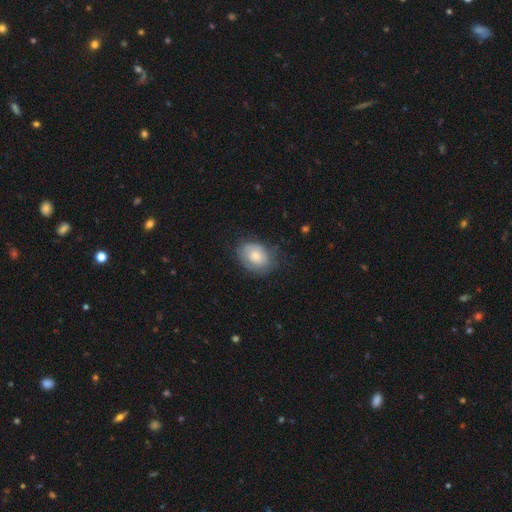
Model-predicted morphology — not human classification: Smooth or featured?
  - smooth: 64% *
  - featured or disk: 28%
  - star or artifact: 7%
How rounded?
  - in between: 67% *
  - round: 32%
  - cigar-shaped: 1%
Merging?
  - none: 63% *
  - minor disturbance: 26%
  - major disturbance: 10%
  - merger: 1%